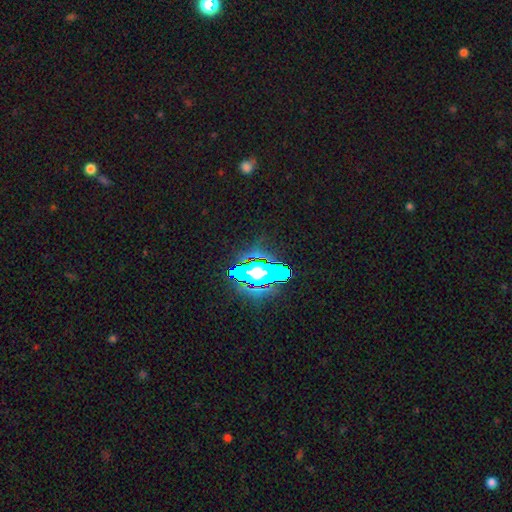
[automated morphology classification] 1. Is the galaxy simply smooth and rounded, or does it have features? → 81% star or artifact, 10% smooth, 9% featured or disk.